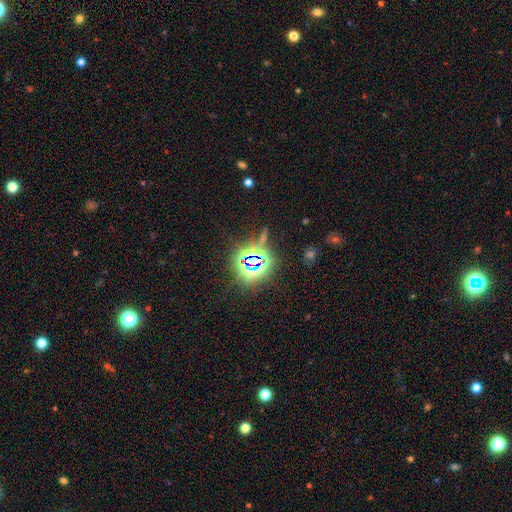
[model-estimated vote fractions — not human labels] Smooth or featured? Predicted: star or artifact (p=0.79).